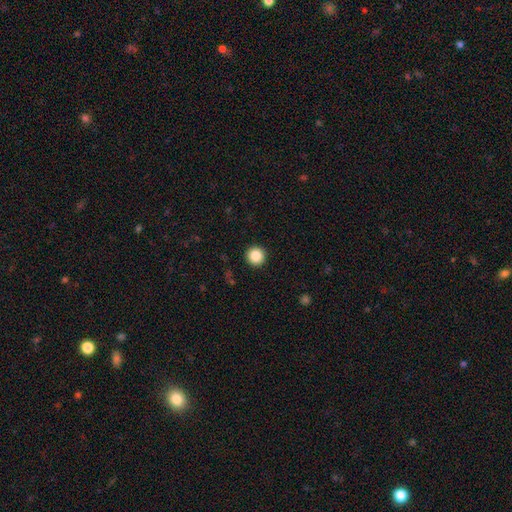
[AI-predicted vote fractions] The model was most divided on "smooth or featured": smooth: 86%, star or artifact: 10%, featured or disk: 4%. More confident: how rounded — round (96%); merging — none (93%).